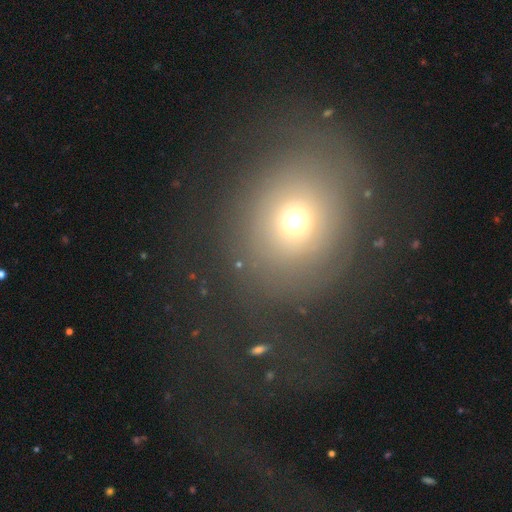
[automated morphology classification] This appears to be a smooth galaxy with no disk features (62%) that is round (71%). Merging: none (49%).